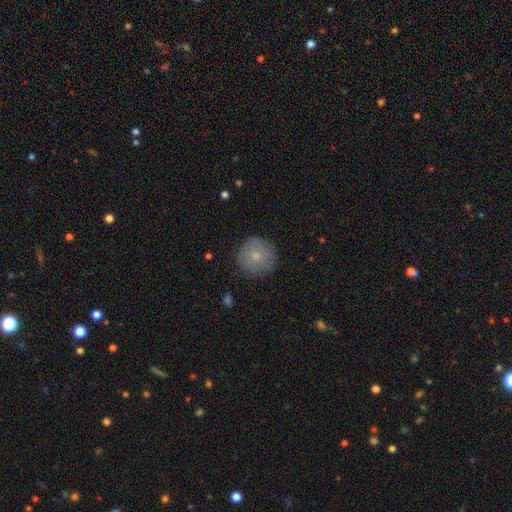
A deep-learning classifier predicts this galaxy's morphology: smooth-or-featured: smooth: 75% | featured or disk: 17% | star or artifact: 8%
  how-rounded: round: 95% | in between: 4% | cigar-shaped: 1%
  merging: none: 84% | minor disturbance: 12% | major disturbance: 3% | merger: 1%